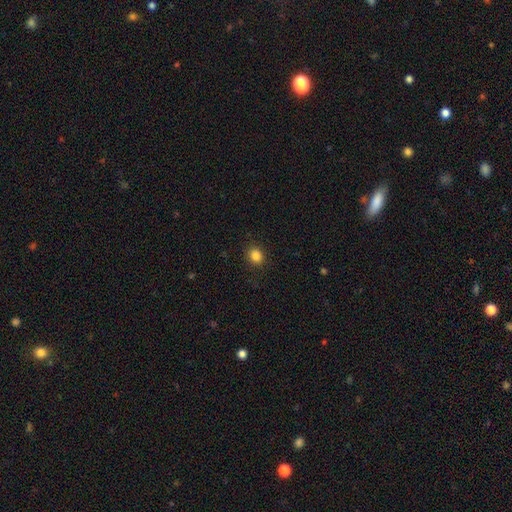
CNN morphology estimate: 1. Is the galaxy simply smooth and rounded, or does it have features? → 85% smooth, 11% star or artifact, 4% featured or disk.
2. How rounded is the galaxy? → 66% round, 33% in between, 1% cigar-shaped.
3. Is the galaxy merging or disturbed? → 89% none, 8% minor disturbance, 2% major disturbance, 1% merger.